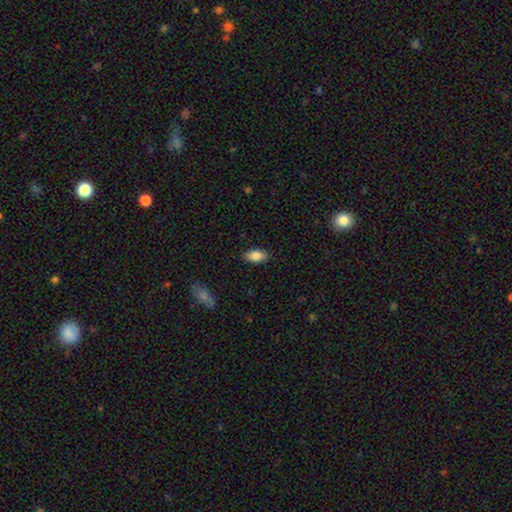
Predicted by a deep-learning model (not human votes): A smooth galaxy with no disk features (85%) that is in between round and cigar-shaped (91%). Merging: none (86%).